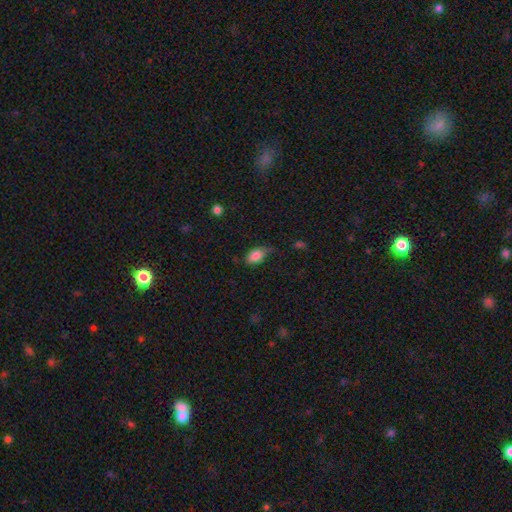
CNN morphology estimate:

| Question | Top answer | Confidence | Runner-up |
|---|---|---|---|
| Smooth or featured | smooth | 85% | star or artifact (8%) |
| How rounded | in between | 89% | round (9%) |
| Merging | none | 52% | minor disturbance (35%) |